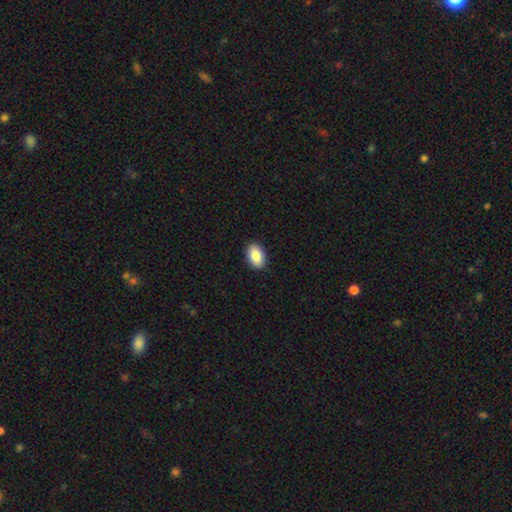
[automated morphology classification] smooth_or_featured: smooth (p=0.86) [alt: star or artifact p=0.07]
how_rounded: in between (p=0.90) [alt: round p=0.08]
merging: none (p=0.90) [alt: minor disturbance p=0.07]